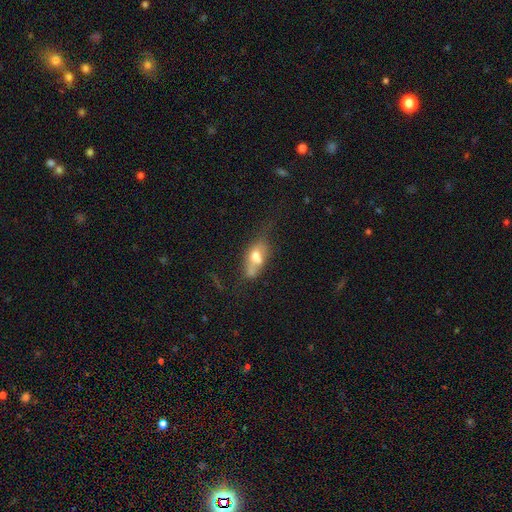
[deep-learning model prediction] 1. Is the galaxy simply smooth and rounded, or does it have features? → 54% smooth, 36% featured or disk, 10% star or artifact.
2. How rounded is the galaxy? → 78% in between, 12% cigar-shaped, 10% round.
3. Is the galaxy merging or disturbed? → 34% merger, 31% none, 19% minor disturbance, 16% major disturbance.